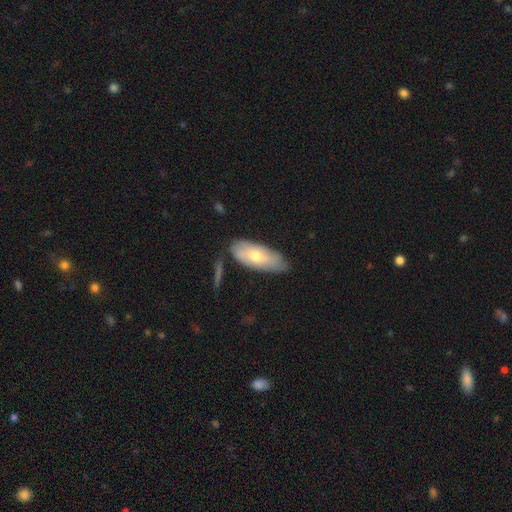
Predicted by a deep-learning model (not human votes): The model was most divided on "smooth or featured": smooth: 63%, featured or disk: 30%, star or artifact: 6%. More confident: how rounded — in between (82%); merging — none (71%).